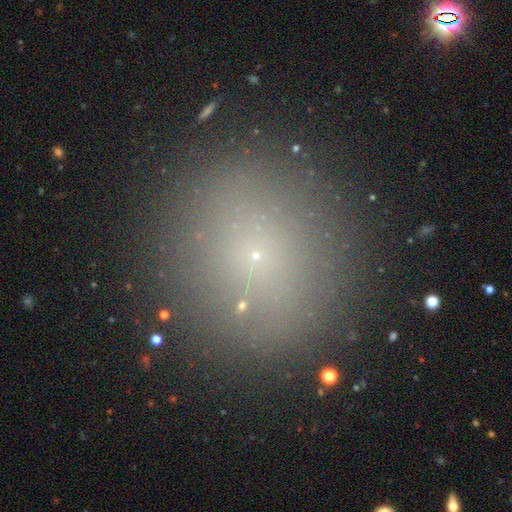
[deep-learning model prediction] Q: Smooth or featured?
A: smooth (63%); runner-up: star or artifact (25%)
Q: How rounded?
A: round (91%); runner-up: in between (8%)
Q: Merging?
A: none (89%); runner-up: minor disturbance (7%)